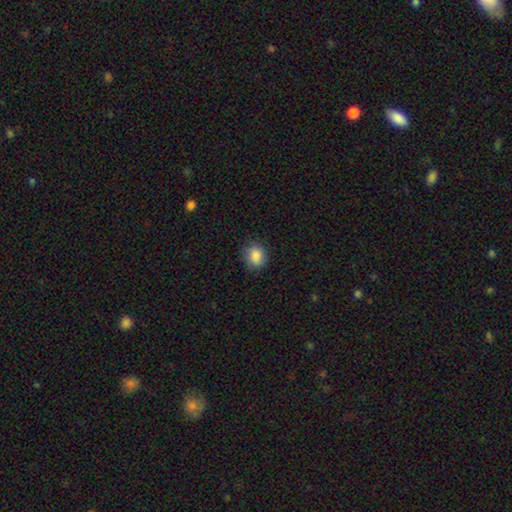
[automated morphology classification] smooth-or-featured: smooth: 85% | star or artifact: 8% | featured or disk: 7%
  how-rounded: round: 68% | in between: 31% | cigar-shaped: 1%
  merging: none: 80% | minor disturbance: 15% | major disturbance: 4% | merger: 1%